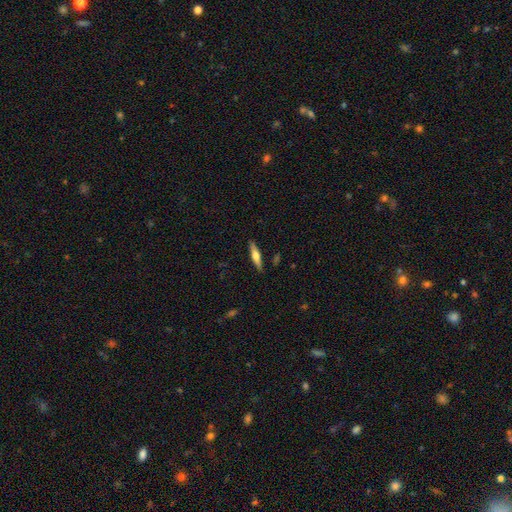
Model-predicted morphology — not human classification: featured or disk 51%, smooth 43%, star or artifact 6%. Down the decision tree: edge-on disk — yes (94%); merging — none (88%).